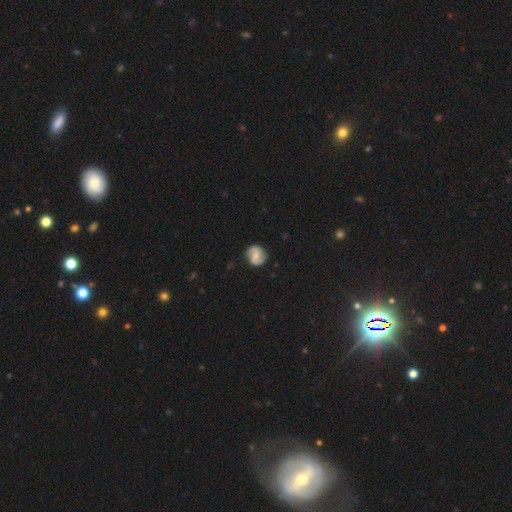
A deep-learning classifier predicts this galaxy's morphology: A featured or disk galaxy (70%) with a weak bar (46%), 2 (90%) medium (47%) spiral arms (92%) and a moderate central bulge (49%).

Vote fractions:
- Smooth or featured? featured or disk: 70% / smooth: 24% / star or artifact: 6%
- Edge-on disk? no: 98% / yes: 2%
- Bar? weak: 46% / no: 39% / strong: 15%
- Spiral arms? yes: 92% / no: 8%
- Spiral winding? medium: 47% / tight: 29% / loose: 24%
- Spiral arm count? 2: 90% / can't tell: 5% / 1: 2% / 3: 1% / 4: 1% / more than 4: 1%
- Bulge size? moderate: 49% / small: 42% / none: 5% / large: 2% / dominant: 1%
- Merging? none: 82% / minor disturbance: 13% / major disturbance: 3% / merger: 1%